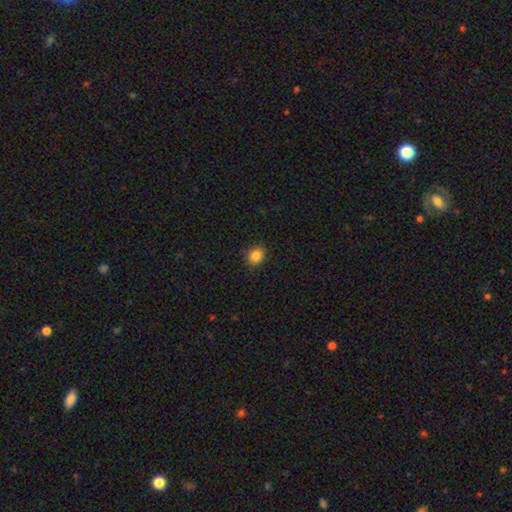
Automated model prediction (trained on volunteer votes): The model was most divided on "how rounded": round: 70%, in between: 29%, cigar-shaped: 1%. More confident: merging — none (88%); smooth or featured — smooth (86%).